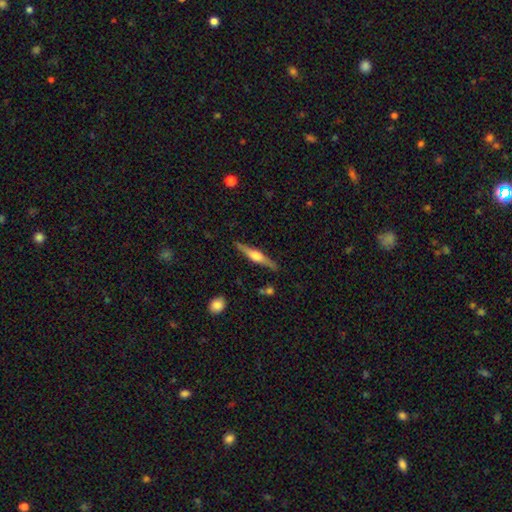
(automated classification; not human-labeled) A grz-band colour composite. It shows a featured or disk galaxy (71%) viewed edge-on (98%) with a rounded central bulge (85%). Merging: none (87%).